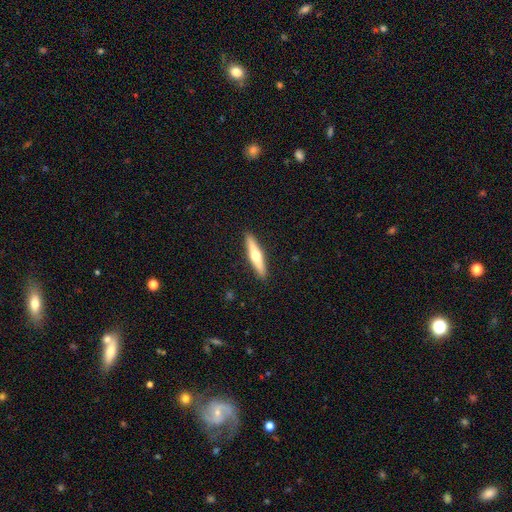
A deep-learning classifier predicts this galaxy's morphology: featured or disk 55%, smooth 41%, star or artifact 5%. Down the decision tree: edge-on disk — yes (96%); edge-on bulge — rounded (93%); merging — none (92%).